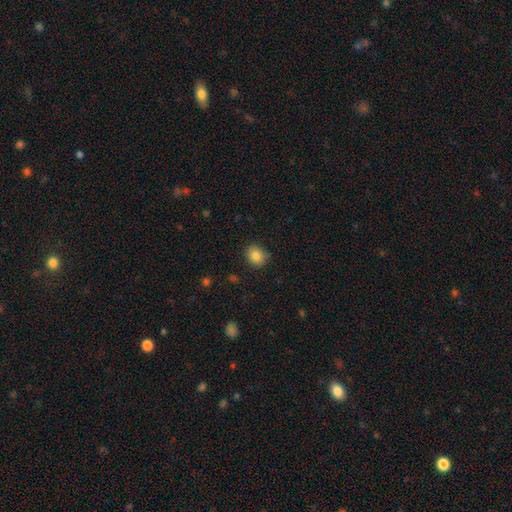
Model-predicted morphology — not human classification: Smooth or featured: smooth — 84% (star or artifact — 10%)
How rounded: round — 68% (in between — 32%)
Merging: none — 83% (minor disturbance — 13%)